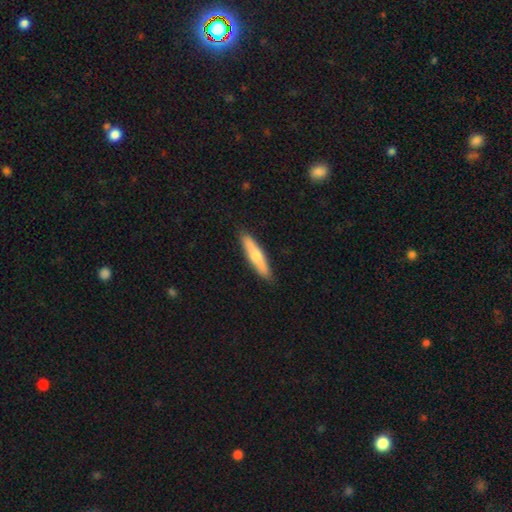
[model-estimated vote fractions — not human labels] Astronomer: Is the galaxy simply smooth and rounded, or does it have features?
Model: smooth — 60% (runner-up: featured or disk, 35%).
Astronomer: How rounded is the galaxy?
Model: cigar-shaped — 84%.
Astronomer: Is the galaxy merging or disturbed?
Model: none — 89%.